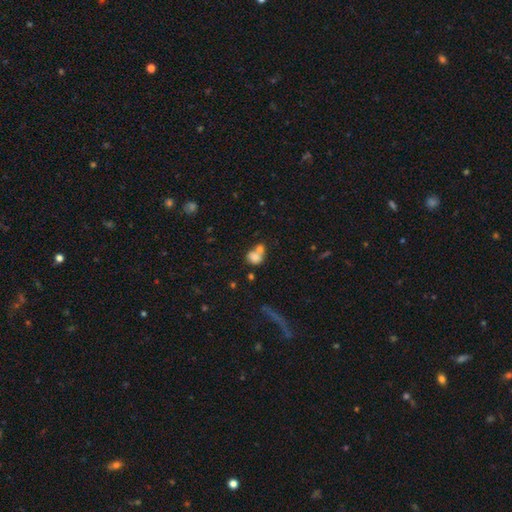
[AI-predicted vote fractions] smooth-or-featured: smooth: 74% | featured or disk: 15% | star or artifact: 11%
  how-rounded: round: 63% | in between: 35% | cigar-shaped: 2%
  merging: merger: 58% | none: 29% | minor disturbance: 8% | major disturbance: 5%